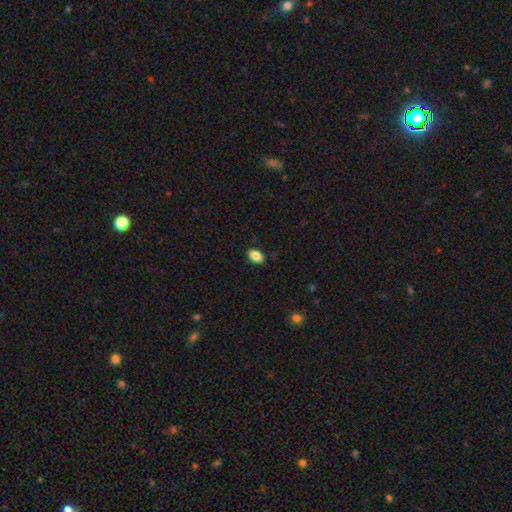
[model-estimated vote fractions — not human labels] Morphology: type=smooth (87%); roundness=in between (89%); merging=none (88%).